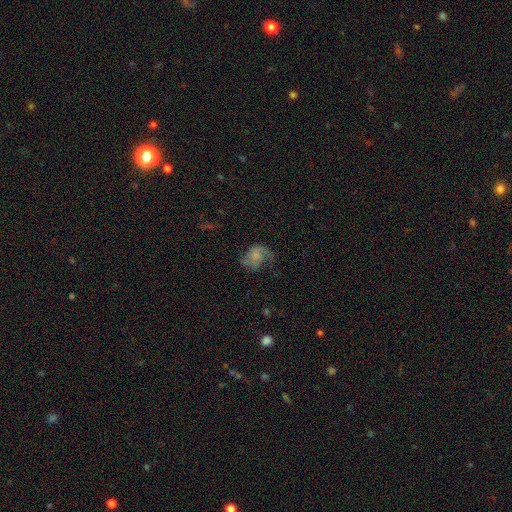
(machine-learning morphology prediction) Smooth or featured? Predicted: featured or disk (p=0.58). Edge-on disk? Predicted: no (p=0.98). Bar? Predicted: no (p=0.73). Spiral arms? Predicted: yes (p=0.85). Bulge size? Predicted: none (p=0.40). Merging? Predicted: none (p=0.44).